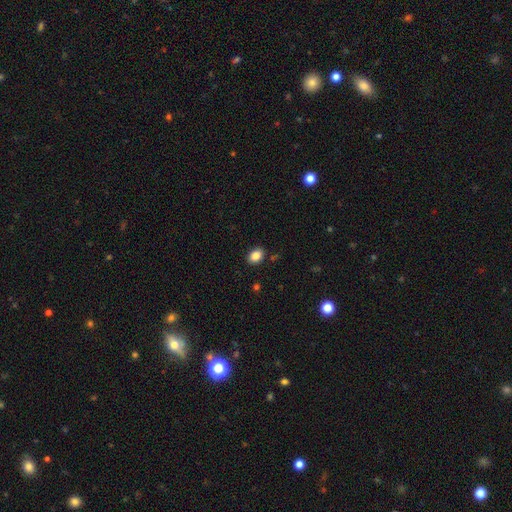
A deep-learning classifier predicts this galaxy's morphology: Q: Smooth or featured?
A: smooth (86%); runner-up: star or artifact (9%)
Q: How rounded?
A: in between (74%); runner-up: round (25%)
Q: Merging?
A: none (88%); runner-up: minor disturbance (9%)